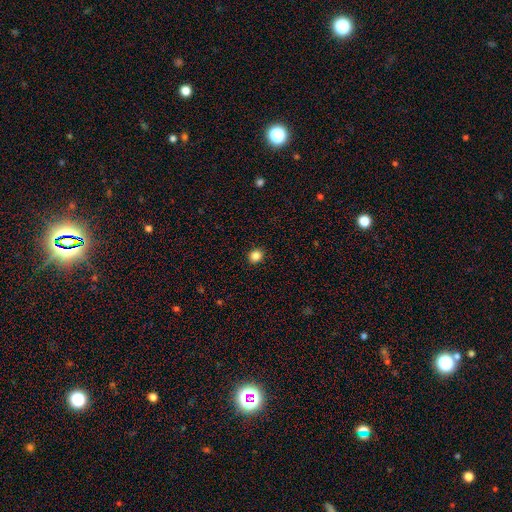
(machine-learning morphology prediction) A smooth galaxy with no disk features (86%) that is round (79%). Merging: none (91%).